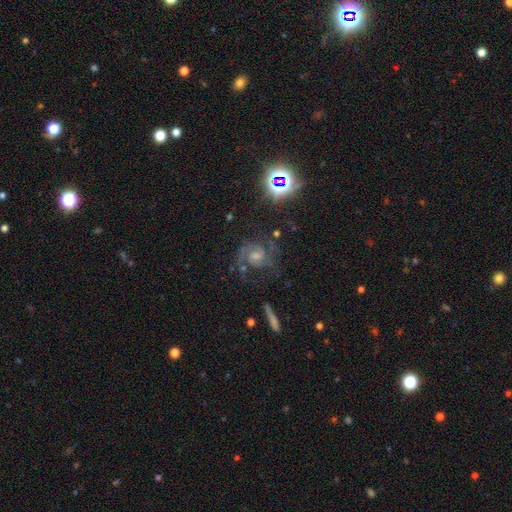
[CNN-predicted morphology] Smooth or featured: featured or disk — 79% (star or artifact — 16%)
Edge-on disk: no — 97% (yes — 3%)
Bar: no — 49% (weak — 40%)
Spiral arms: yes — 98% (no — 2%)
Spiral winding: medium — 49% (tight — 43%)
Spiral arm count: 2 — 84% (can't tell — 5%)
Bulge size: moderate — 49% (small — 39%)
Merging: none — 72% (minor disturbance — 15%)